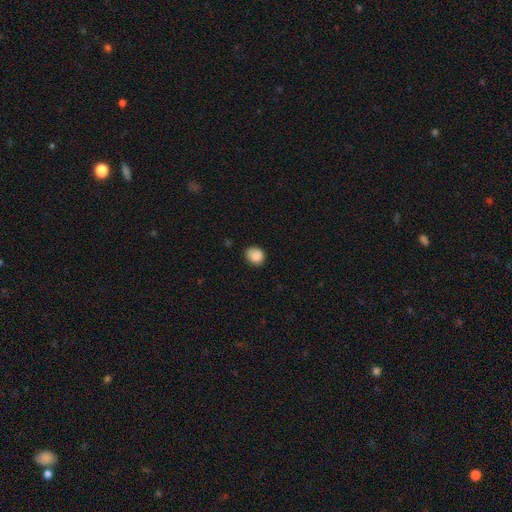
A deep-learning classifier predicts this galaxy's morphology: Smooth or featured? smooth (87%)
How rounded? round (65%)
Merging? none (71%)